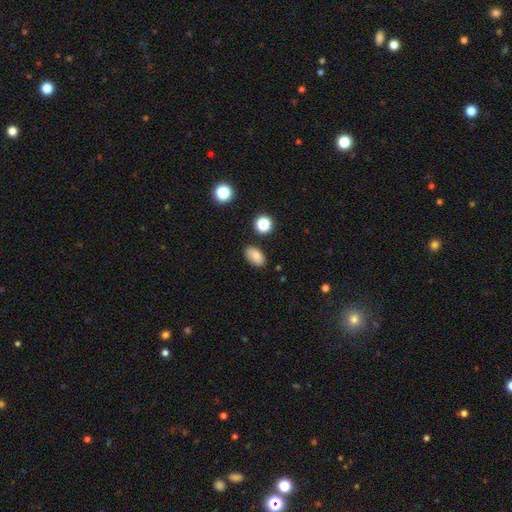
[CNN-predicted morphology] Overall: smooth (83%). How rounded: in between (90%). Merging: none (84%).